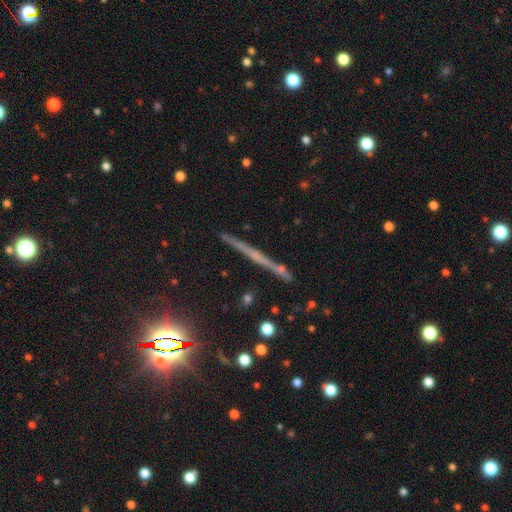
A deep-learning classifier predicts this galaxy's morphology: Smooth or featured? Predicted: featured or disk (p=0.54). Edge-on disk? Predicted: yes (p=0.96). Edge-on bulge? Predicted: none (p=0.75). Merging? Predicted: none (p=0.87).